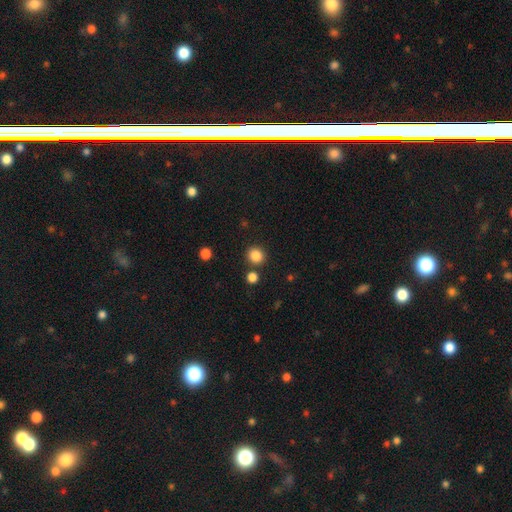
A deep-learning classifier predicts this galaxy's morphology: smooth 85%, star or artifact 11%, featured or disk 4%. Down the decision tree: how rounded — round (87%); merging — none (83%).